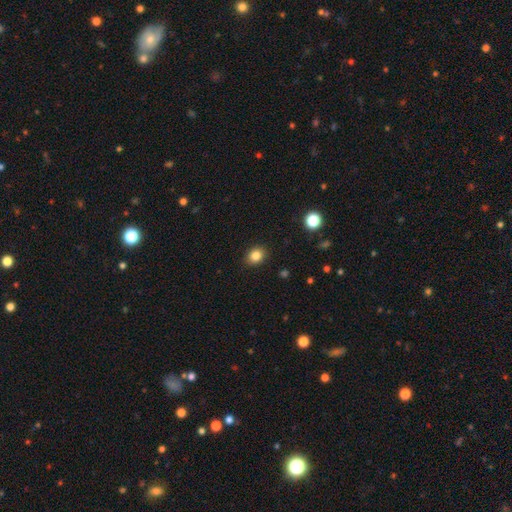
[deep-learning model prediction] Smooth or featured? Predicted: smooth (p=0.85). How rounded? Predicted: round (p=0.57). Merging? Predicted: none (p=0.89).